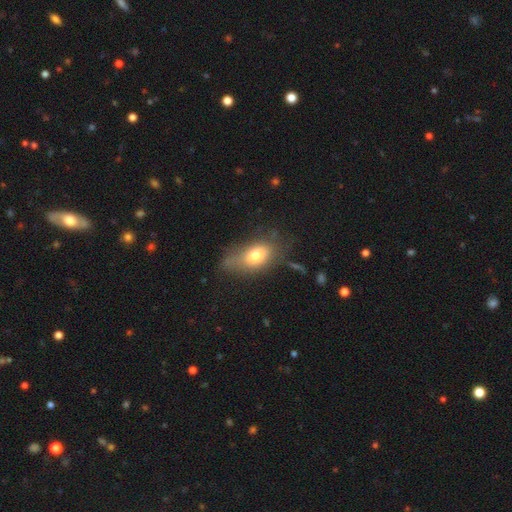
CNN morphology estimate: Q: Smooth or featured?
A: smooth (71%); runner-up: featured or disk (19%)
Q: How rounded?
A: in between (82%); runner-up: round (13%)
Q: Merging?
A: none (51%); runner-up: minor disturbance (28%)